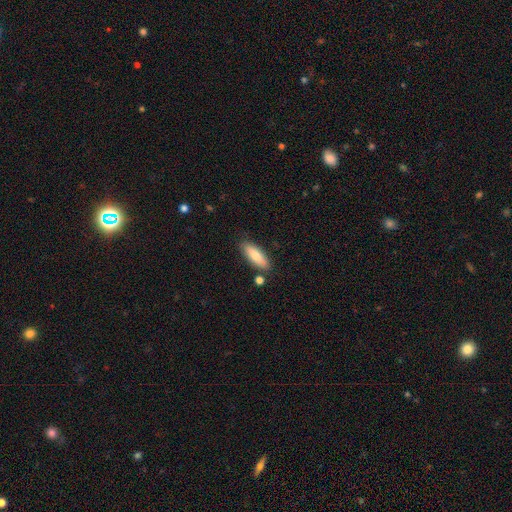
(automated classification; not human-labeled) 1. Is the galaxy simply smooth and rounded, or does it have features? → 80% smooth, 14% featured or disk, 6% star or artifact.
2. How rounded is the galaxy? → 61% in between, 37% cigar-shaped, 2% round.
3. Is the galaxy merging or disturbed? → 81% none, 12% minor disturbance, 5% merger, 2% major disturbance.